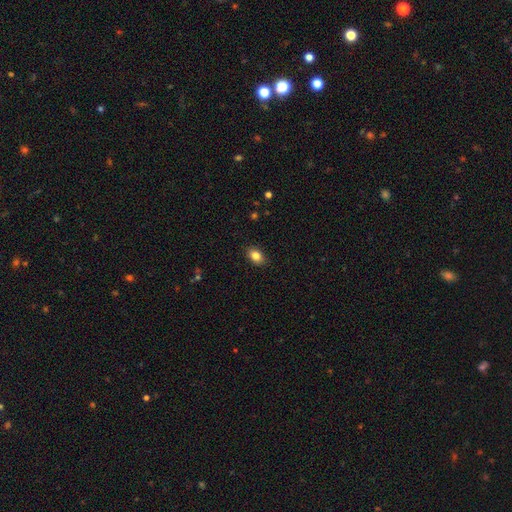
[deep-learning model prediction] This appears to be a smooth galaxy with no disk features (85%) that is in between round and cigar-shaped (79%). Merging: none (88%).